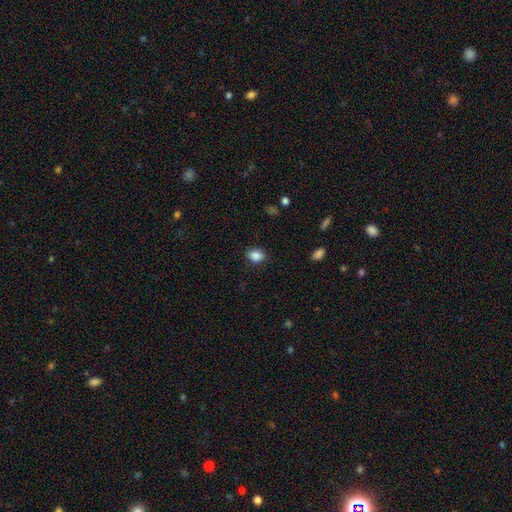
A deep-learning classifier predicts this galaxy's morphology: smooth_or_featured: smooth (p=0.87) [alt: star or artifact p=0.09]
how_rounded: in between (p=0.62) [alt: round p=0.37]
merging: none (p=0.81) [alt: minor disturbance p=0.14]